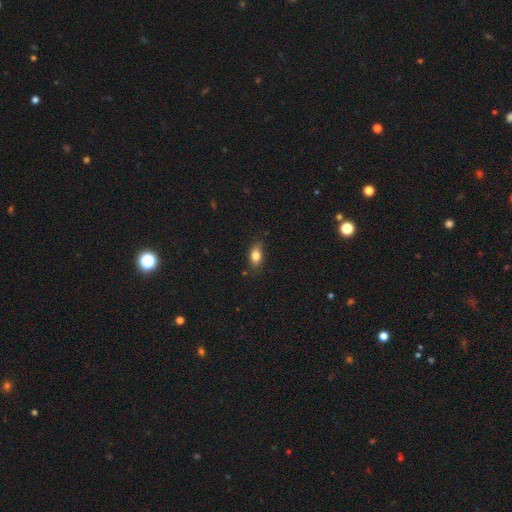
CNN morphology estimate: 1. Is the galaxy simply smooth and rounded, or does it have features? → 81% smooth, 11% featured or disk, 8% star or artifact.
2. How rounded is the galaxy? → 84% in between, 10% round, 6% cigar-shaped.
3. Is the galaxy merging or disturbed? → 77% none, 18% minor disturbance, 3% major disturbance, 2% merger.